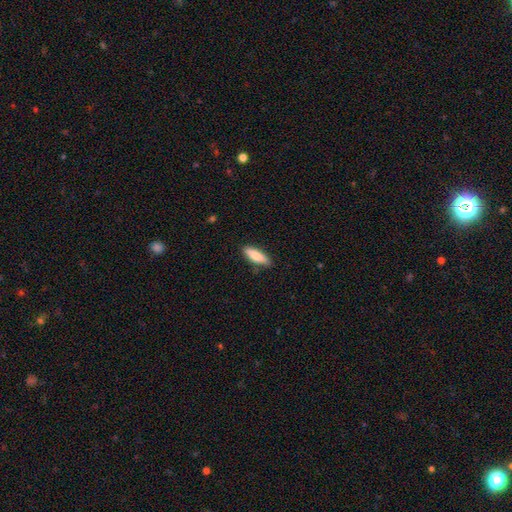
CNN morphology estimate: smooth_or_featured: smooth (p=0.80) [alt: featured or disk p=0.14]
how_rounded: cigar-shaped (p=0.50) [alt: in between p=0.49]
merging: none (p=0.83) [alt: minor disturbance p=0.13]